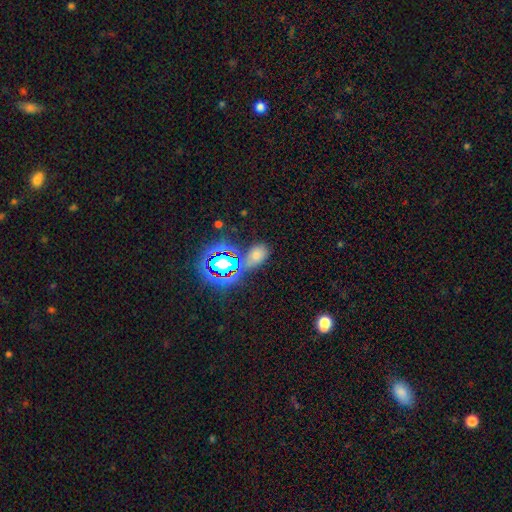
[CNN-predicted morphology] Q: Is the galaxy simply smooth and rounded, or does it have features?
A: smooth — 56%.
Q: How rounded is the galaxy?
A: in between — 78%.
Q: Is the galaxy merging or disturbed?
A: none — 63%.